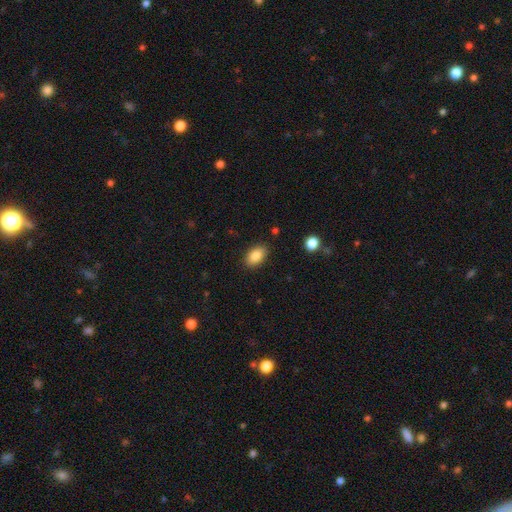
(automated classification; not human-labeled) smooth-or-featured: smooth: 85% | star or artifact: 8% | featured or disk: 7%
  how-rounded: in between: 90% | round: 8% | cigar-shaped: 2%
  merging: none: 86% | minor disturbance: 10% | major disturbance: 2% | merger: 1%